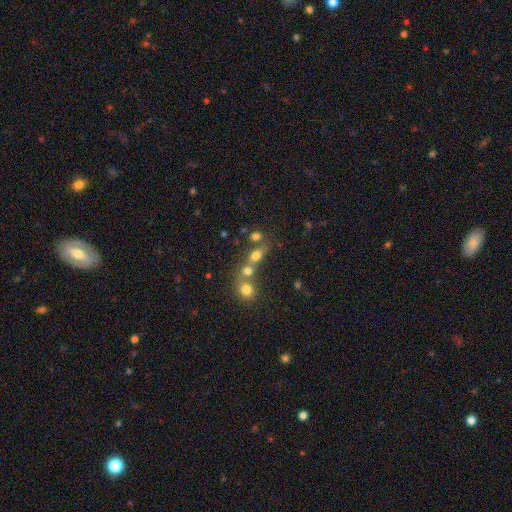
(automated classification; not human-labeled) smooth-or-featured: smooth: 69% | star or artifact: 16% | featured or disk: 15%
  how-rounded: in between: 57% | round: 35% | cigar-shaped: 7%
  merging: merger: 48% | none: 37% | minor disturbance: 9% | major disturbance: 6%